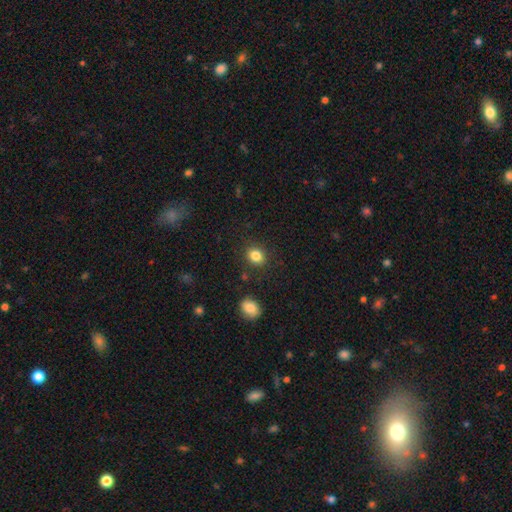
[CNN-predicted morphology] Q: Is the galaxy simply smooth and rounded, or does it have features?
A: smooth — 84%.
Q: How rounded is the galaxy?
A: round — 64%.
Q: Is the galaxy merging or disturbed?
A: none — 86%.